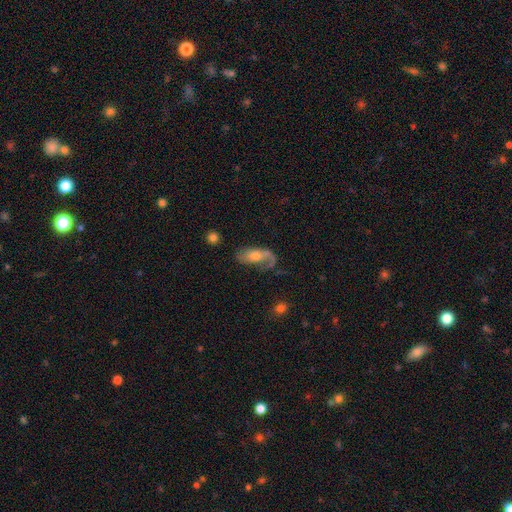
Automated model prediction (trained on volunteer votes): Smooth or featured? featured or disk (58%)
Edge-on disk? no (90%)
Bar? no (70%)
Spiral arms? yes (79%)
Bulge size? moderate (54%)
Merging? none (40%)